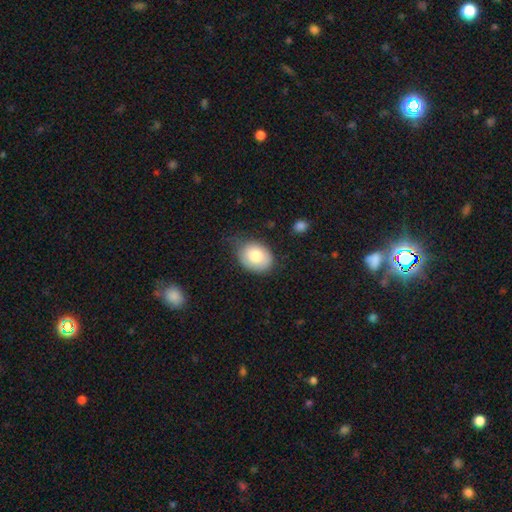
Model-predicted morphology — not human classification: Smooth or featured?
  - smooth: 81% *
  - featured or disk: 12%
  - star or artifact: 7%
How rounded?
  - in between: 65% *
  - round: 34%
  - cigar-shaped: 1%
Merging?
  - none: 59% *
  - minor disturbance: 30%
  - major disturbance: 8%
  - merger: 2%